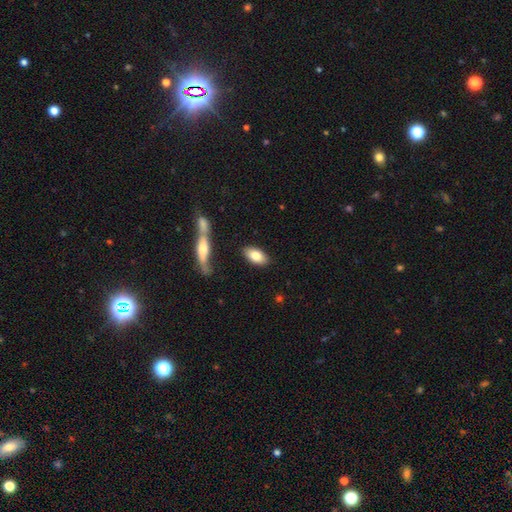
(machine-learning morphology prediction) smooth 80%, featured or disk 14%, star or artifact 6%. Down the decision tree: how rounded — in between (91%); merging — none (84%).